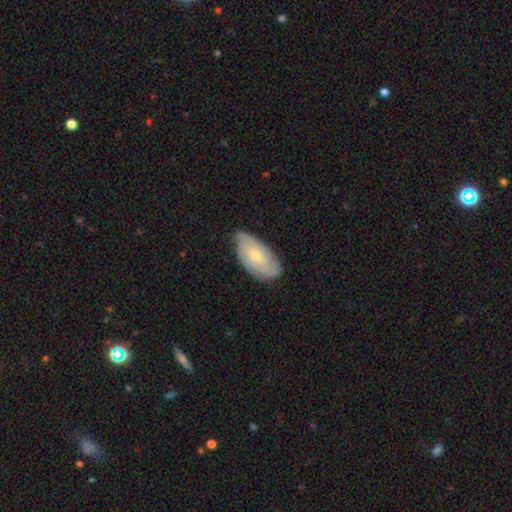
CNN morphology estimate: This appears to be a featured or disk galaxy (59%) with no bar (75%), spiral arms (83%) and a small central bulge (58%). Merging: none (70%).